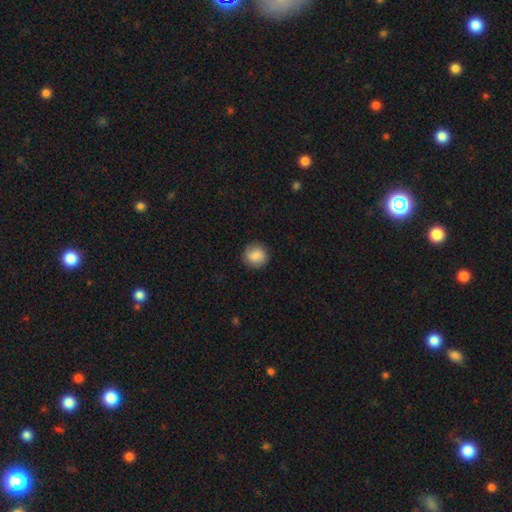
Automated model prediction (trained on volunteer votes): This is clearly a smooth galaxy (83%). How rounded: clearly round (91%). Merging: clearly none (89%).